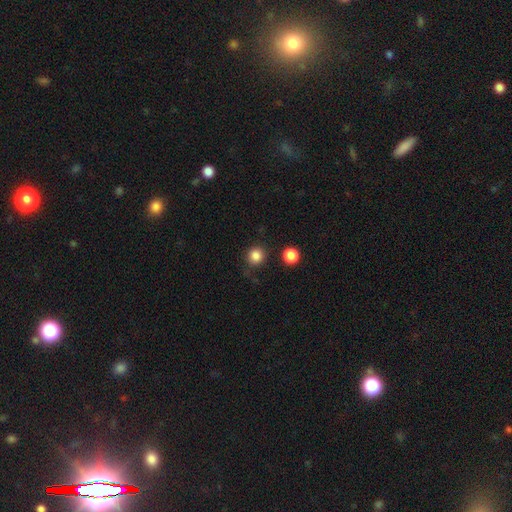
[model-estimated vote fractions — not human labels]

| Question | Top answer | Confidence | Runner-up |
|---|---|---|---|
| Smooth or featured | smooth | 85% | star or artifact (11%) |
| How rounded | round | 92% | in between (7%) |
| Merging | none | 84% | minor disturbance (9%) |